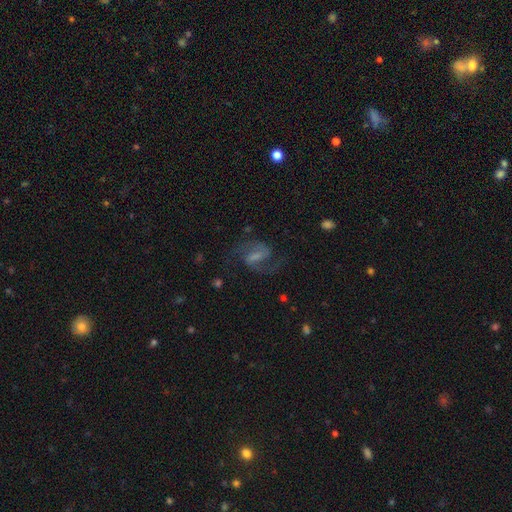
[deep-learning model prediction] Q: Smooth or featured?
A: featured or disk (84%); runner-up: smooth (9%)
Q: Edge-on disk?
A: no (98%); runner-up: yes (2%)
Q: Bar?
A: weak (46%); runner-up: strong (40%)
Q: Spiral arms?
A: yes (97%); runner-up: no (3%)
Q: Spiral winding?
A: medium (59%); runner-up: loose (30%)
Q: Spiral arm count?
A: 2 (93%); runner-up: can't tell (2%)
Q: Bulge size?
A: none (36%); runner-up: small (28%)
Q: Merging?
A: none (74%); runner-up: minor disturbance (14%)